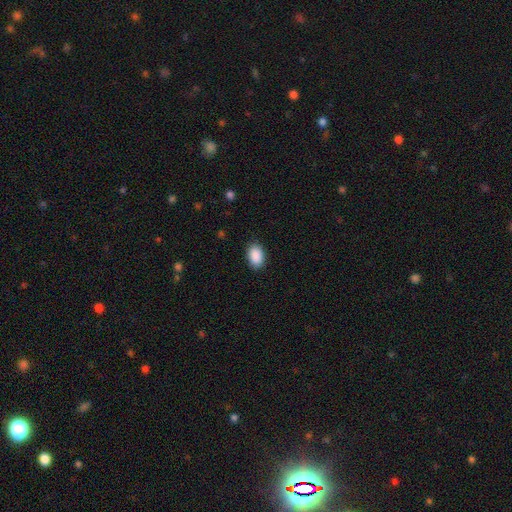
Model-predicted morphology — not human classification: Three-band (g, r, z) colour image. It shows a smooth galaxy with no disk features (91%) that is in between round and cigar-shaped (89%). Merging: none (88%).